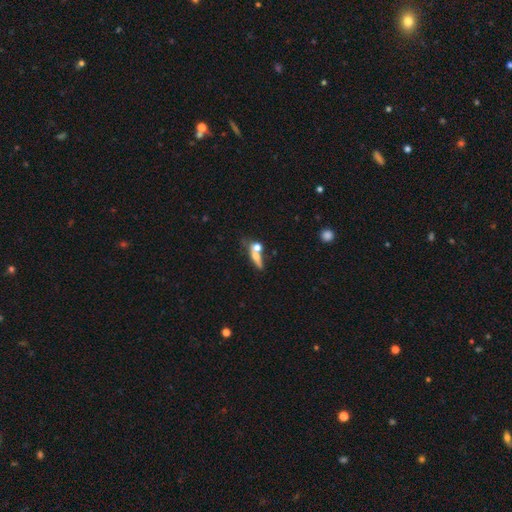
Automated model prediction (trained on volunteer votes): Overall: smooth (57%; featured or disk 31%). How rounded: cigar-shaped (44%; in between 34%). Merging: merger (40%; none 37%).